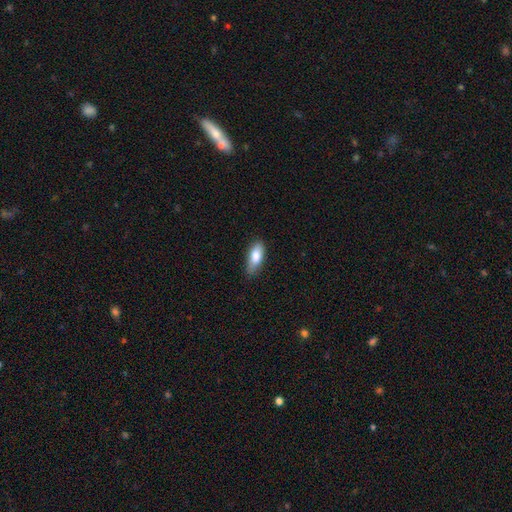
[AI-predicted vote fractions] Morphology: type=smooth (83%); roundness=in between (79%); merging=none (71%).